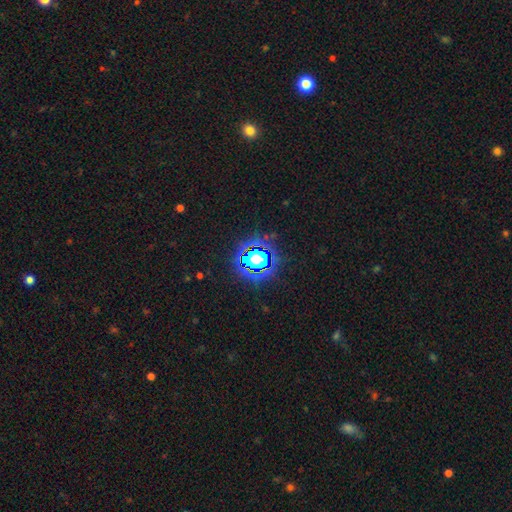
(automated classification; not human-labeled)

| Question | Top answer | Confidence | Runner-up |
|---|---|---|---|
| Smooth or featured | star or artifact | 74% | smooth (18%) |